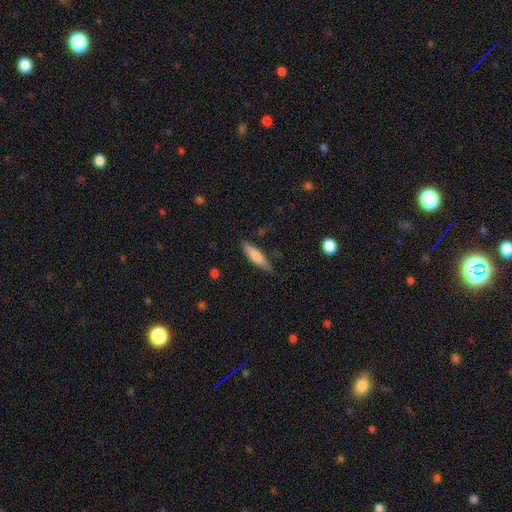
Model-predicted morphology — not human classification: This is likely a smooth galaxy (68%). How rounded: likely cigar-shaped (75%). Merging: clearly none (84%).